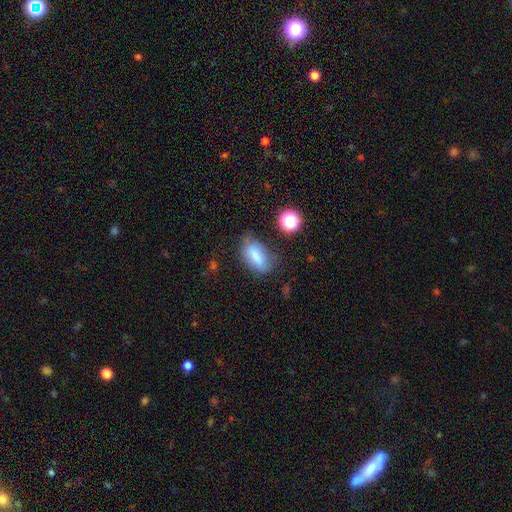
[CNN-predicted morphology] Overall: smooth (76%). How rounded: in between (86%). Merging: none (55%; minor disturbance 29%).